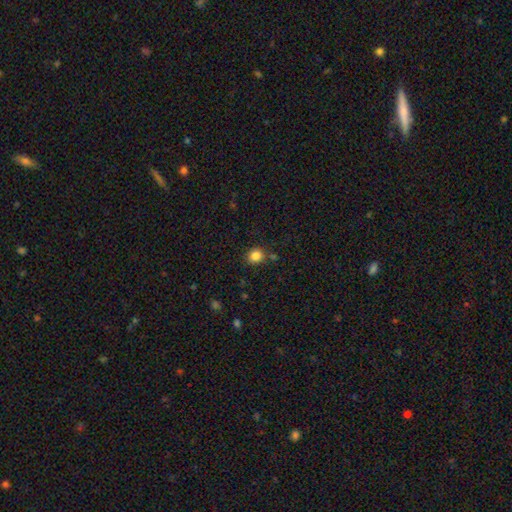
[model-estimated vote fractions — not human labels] Smooth or featured? Predicted: smooth (p=0.84). How rounded? Predicted: round (p=0.78). Merging? Predicted: none (p=0.82).